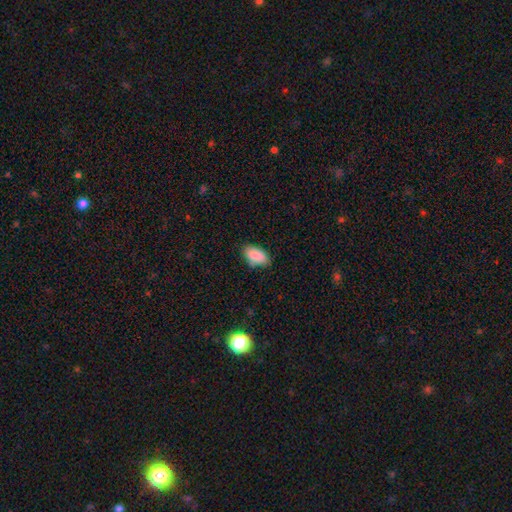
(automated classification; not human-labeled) smooth 88%, star or artifact 7%, featured or disk 5%. Down the decision tree: how rounded — in between (93%); merging — none (76%).